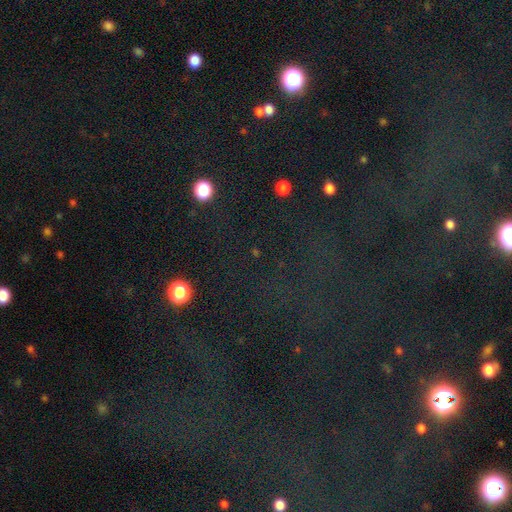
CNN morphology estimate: A star or artifact, not a galaxy (75%).

Vote fractions:
- Smooth or featured? star or artifact: 75% / smooth: 16% / featured or disk: 9%